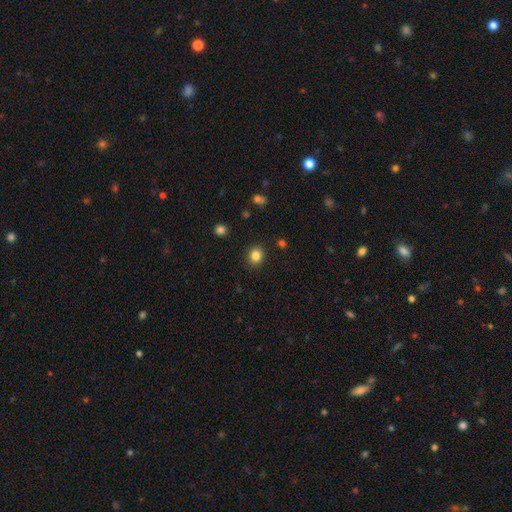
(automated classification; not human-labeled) smooth_or_featured: smooth (p=0.83) [alt: star or artifact p=0.11]
how_rounded: round (p=0.70) [alt: in between p=0.29]
merging: none (p=0.90) [alt: minor disturbance p=0.07]